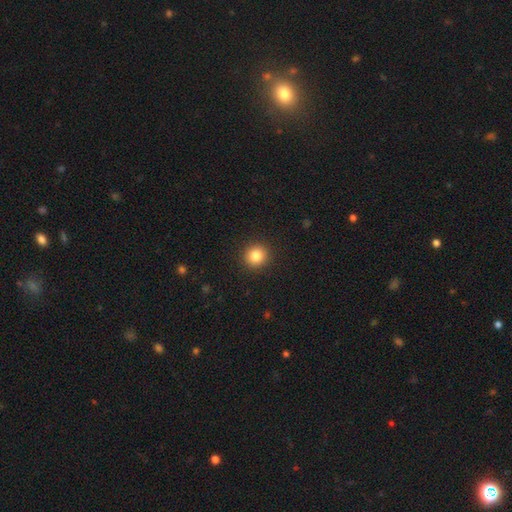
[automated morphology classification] smooth 84%, star or artifact 11%, featured or disk 6%. Down the decision tree: how rounded — round (92%); merging — none (92%).